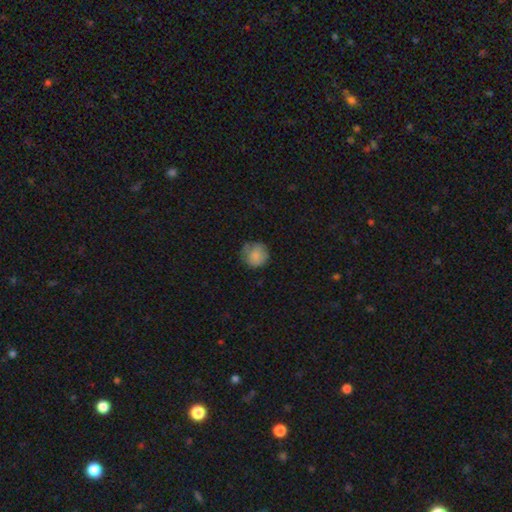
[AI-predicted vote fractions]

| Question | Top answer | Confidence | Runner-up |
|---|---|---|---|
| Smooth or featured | smooth | 83% | featured or disk (10%) |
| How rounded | round | 92% | in between (7%) |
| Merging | none | 70% | minor disturbance (23%) |